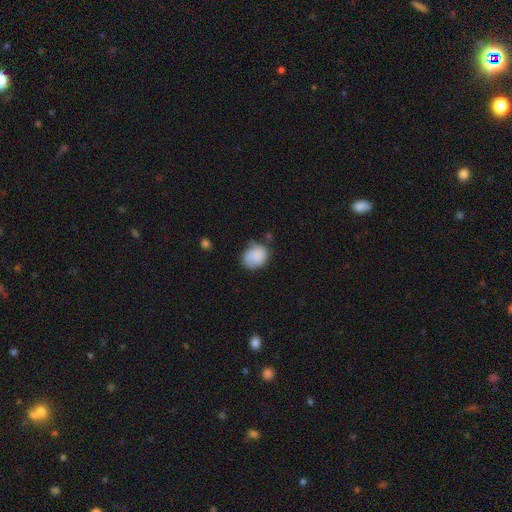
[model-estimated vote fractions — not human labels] Smooth or featured: smooth — 80% (featured or disk — 13%)
How rounded: round — 51% (in between — 48%)
Merging: none — 54% (minor disturbance — 31%)